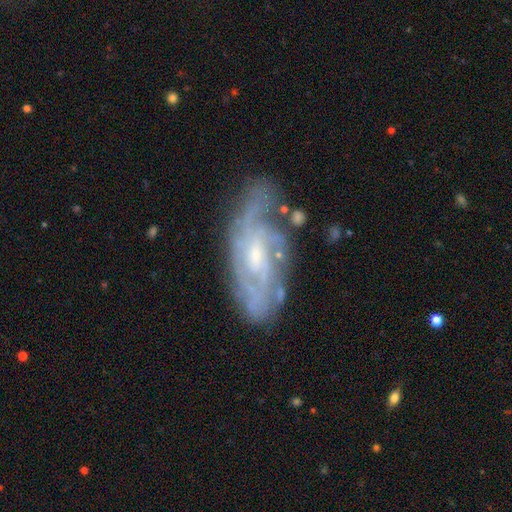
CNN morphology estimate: smooth_or_featured: featured or disk (p=0.83) [alt: smooth p=0.10]
disk_edge_on: no (p=0.91) [alt: yes p=0.09]
bar: no (p=0.52) [alt: weak p=0.39]
has_spiral_arms: yes (p=0.93) [alt: no p=0.07]
spiral_winding: tight (p=0.59) [alt: medium p=0.33]
spiral_arm_count: can't tell (p=0.38) [alt: 3 p=0.19]
bulge_size: small (p=0.55) [alt: moderate p=0.37]
merging: none (p=0.70) [alt: minor disturbance p=0.20]